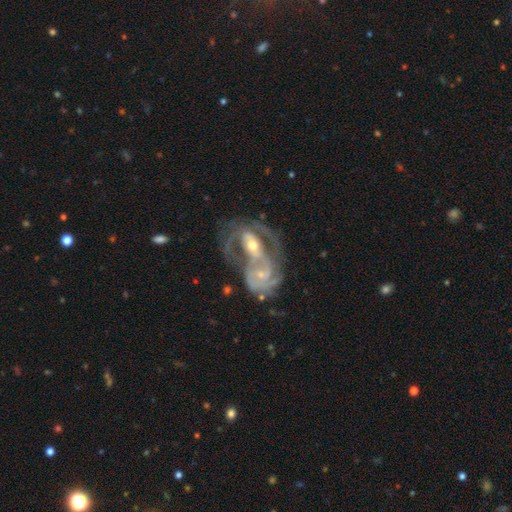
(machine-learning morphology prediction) The model was most divided on "spiral winding" (2-way tie): tight: 40%, medium: 40%, loose: 19%. Remaining: edge-on disk — no (96%); smooth or featured — featured or disk (80%); spiral arms — yes (77%); merging — merger (62%); spiral arm count — 2 (53%); bar — no (49%); bulge size — moderate (48%).